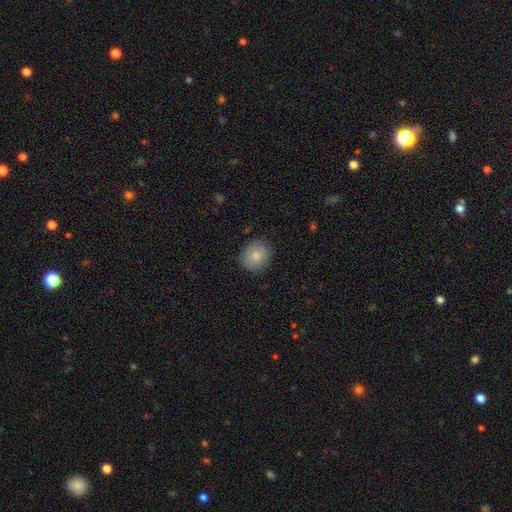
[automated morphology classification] A smooth galaxy with no disk features (83%) that is round (76%).

Vote fractions:
- Smooth or featured? smooth: 83% / featured or disk: 10% / star or artifact: 7%
- How rounded? round: 76% / in between: 23% / cigar-shaped: 1%
- Merging? none: 86% / minor disturbance: 11% / major disturbance: 3% / merger: 1%